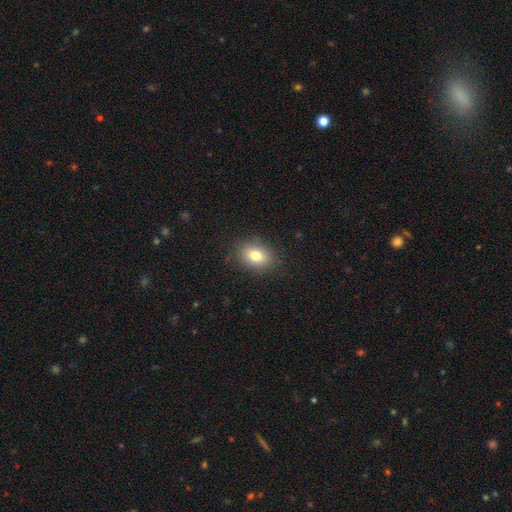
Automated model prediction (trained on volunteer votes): Q: Smooth or featured?
A: smooth (80%); runner-up: star or artifact (10%)
Q: How rounded?
A: in between (69%); runner-up: round (30%)
Q: Merging?
A: none (85%); runner-up: minor disturbance (11%)